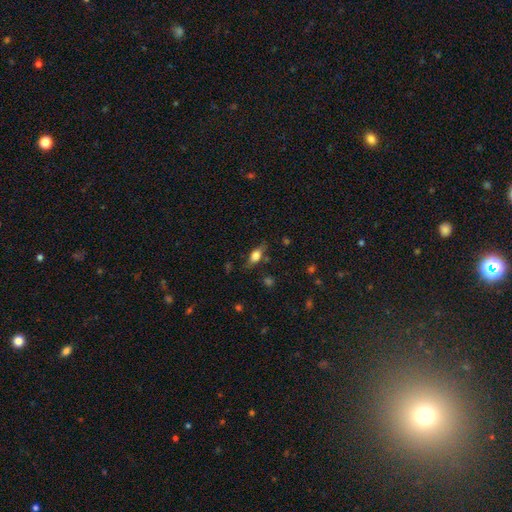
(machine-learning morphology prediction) The model was most divided on "merging": none: 71%, minor disturbance: 20%, major disturbance: 6%, merger: 3%. More confident: how rounded — in between (79%); smooth or featured — smooth (71%).